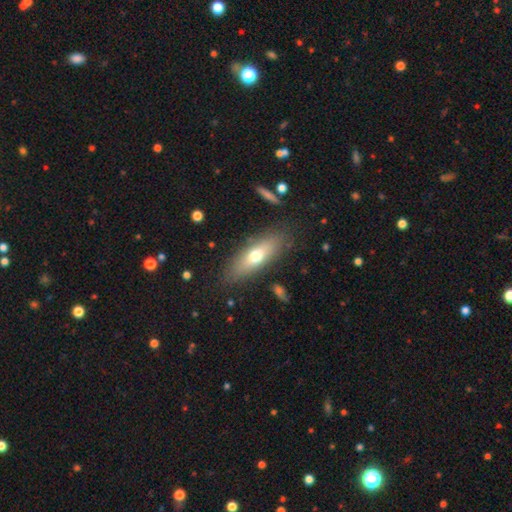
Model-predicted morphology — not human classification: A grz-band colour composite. It shows a smooth galaxy with no disk features (62%) that is in between round and cigar-shaped (55%). Merging: none (82%).